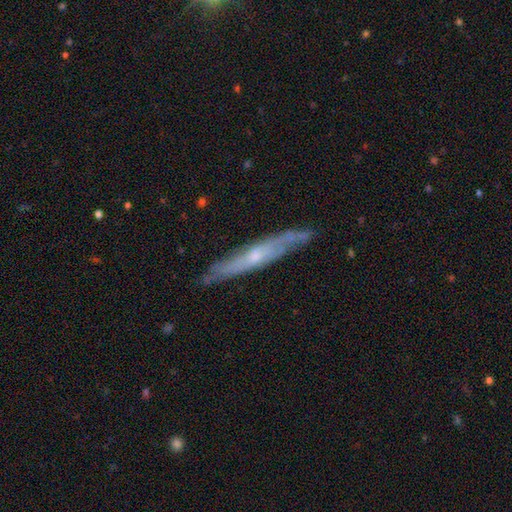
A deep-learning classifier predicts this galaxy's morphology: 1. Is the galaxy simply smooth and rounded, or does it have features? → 67% featured or disk, 27% smooth, 6% star or artifact.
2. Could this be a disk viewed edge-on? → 75% yes, 25% no.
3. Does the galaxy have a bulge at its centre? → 55% rounded, 41% none, 4% boxy.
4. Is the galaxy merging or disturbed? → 77% none, 18% minor disturbance, 3% major disturbance, 2% merger.